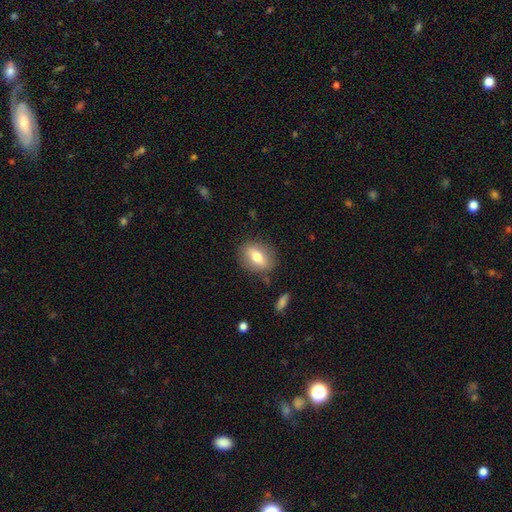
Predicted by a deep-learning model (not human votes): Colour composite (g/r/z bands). It shows a smooth galaxy with no disk features (68%) that is in between round and cigar-shaped (66%). Merging: none (84%).